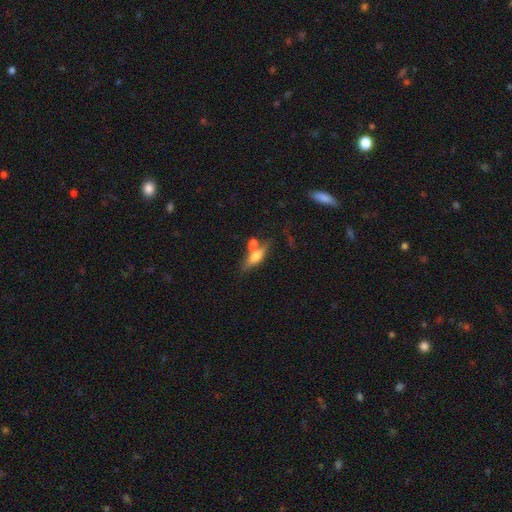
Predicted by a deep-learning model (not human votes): Overall: featured or disk (47%; smooth 45%). Merging: none (52%; merger 29%).